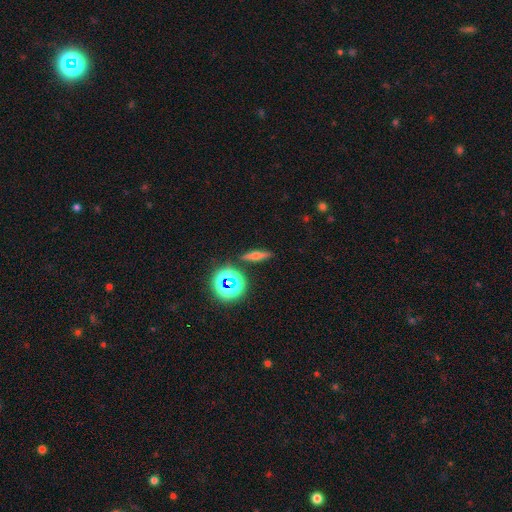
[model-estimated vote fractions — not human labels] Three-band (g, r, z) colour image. It shows a smooth galaxy with no disk features (48%). Merging: none (87%).